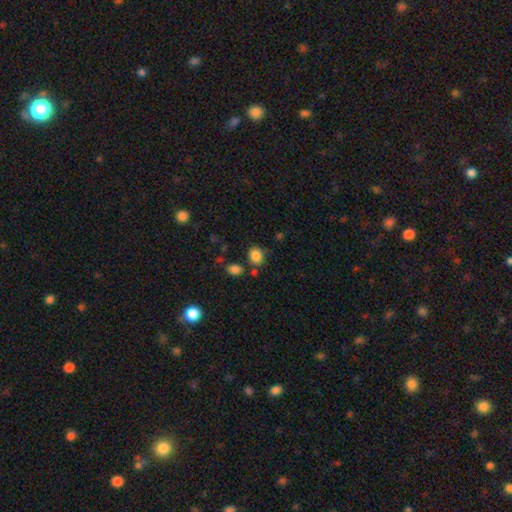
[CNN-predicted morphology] Q: Smooth or featured?
A: smooth (85%); runner-up: star or artifact (11%)
Q: How rounded?
A: round (65%); runner-up: in between (34%)
Q: Merging?
A: none (71%); runner-up: minor disturbance (13%)